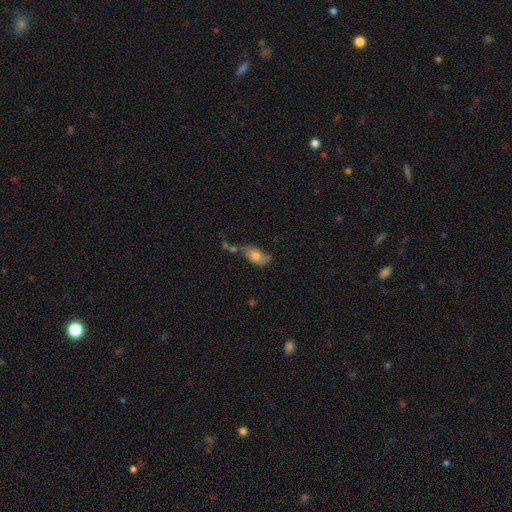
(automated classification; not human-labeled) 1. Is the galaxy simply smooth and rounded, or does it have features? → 65% smooth, 27% featured or disk, 8% star or artifact.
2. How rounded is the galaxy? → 88% in between, 7% round, 5% cigar-shaped.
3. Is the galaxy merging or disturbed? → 40% none, 26% minor disturbance, 21% merger, 14% major disturbance.